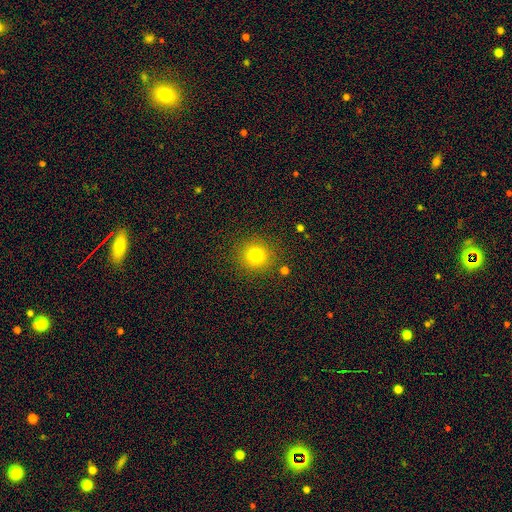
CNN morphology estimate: This appears to be a smooth galaxy with no disk features (79%) that is round (92%). Merging: none (88%).